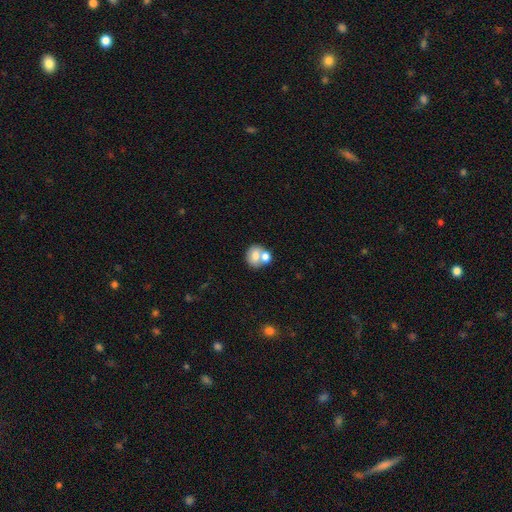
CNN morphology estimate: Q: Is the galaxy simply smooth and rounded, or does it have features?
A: smooth — 69%.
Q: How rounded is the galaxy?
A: round — 67%.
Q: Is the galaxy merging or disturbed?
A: merger — 51%.